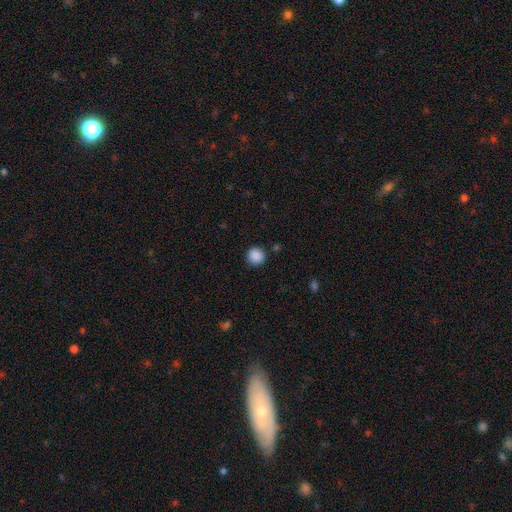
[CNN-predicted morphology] Smooth or featured? Predicted: smooth (p=0.88). How rounded? Predicted: round (p=0.92). Merging? Predicted: none (p=0.89).